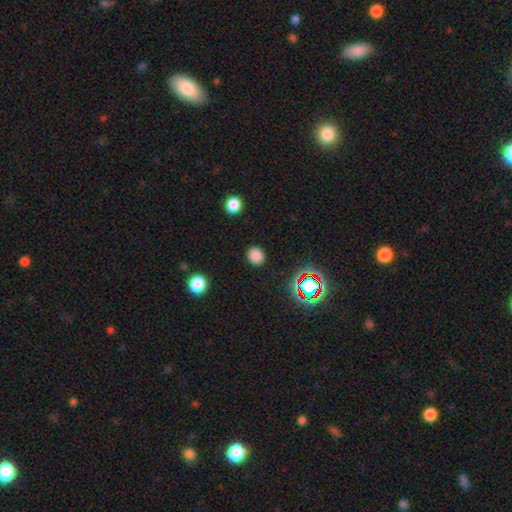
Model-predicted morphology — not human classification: The model was most divided on "how rounded": round: 74%, in between: 25%, cigar-shaped: 1%. More confident: merging — none (89%); smooth or featured — smooth (81%).